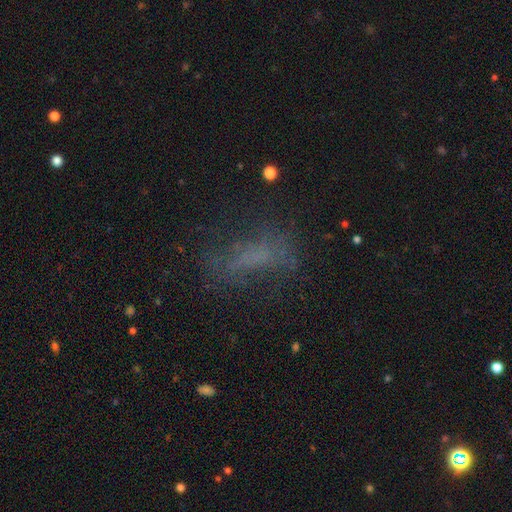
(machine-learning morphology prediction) smooth_or_featured: smooth (p=0.45) [alt: featured or disk p=0.28]
merging: none (p=0.54) [alt: major disturbance p=0.22]